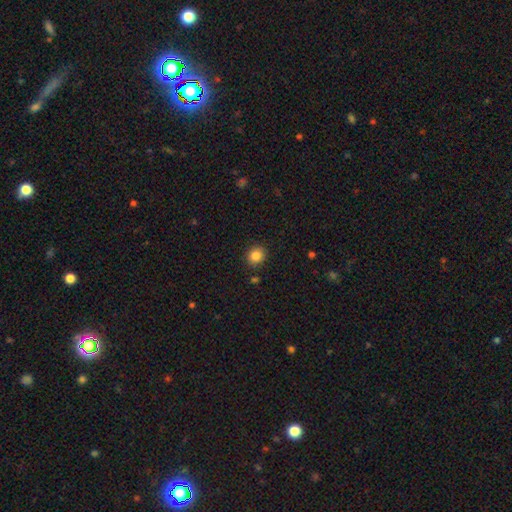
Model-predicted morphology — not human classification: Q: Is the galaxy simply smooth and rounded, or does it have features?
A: smooth — 84%.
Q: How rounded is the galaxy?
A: round — 78%.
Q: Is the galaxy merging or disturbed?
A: none — 89%.